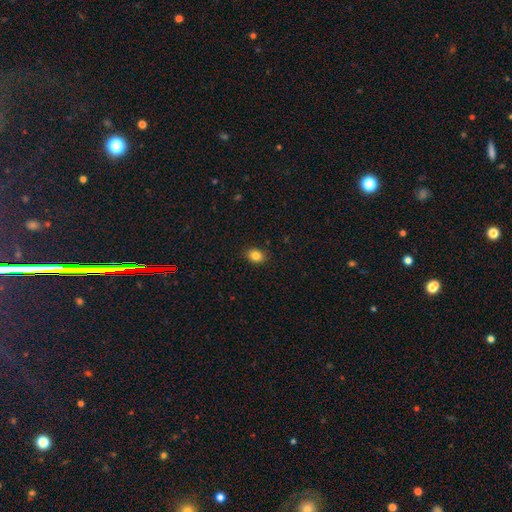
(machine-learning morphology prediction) smooth 85%, star or artifact 10%, featured or disk 5%. Down the decision tree: how rounded — in between (64%); merging — none (88%).